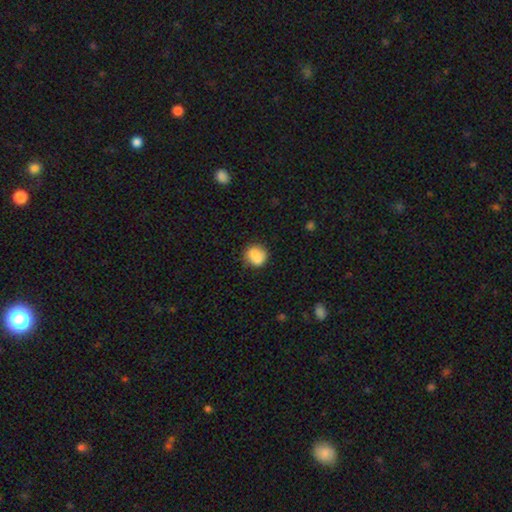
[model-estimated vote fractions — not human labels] Smooth or featured? smooth (82%)
How rounded? round (80%)
Merging? none (64%)